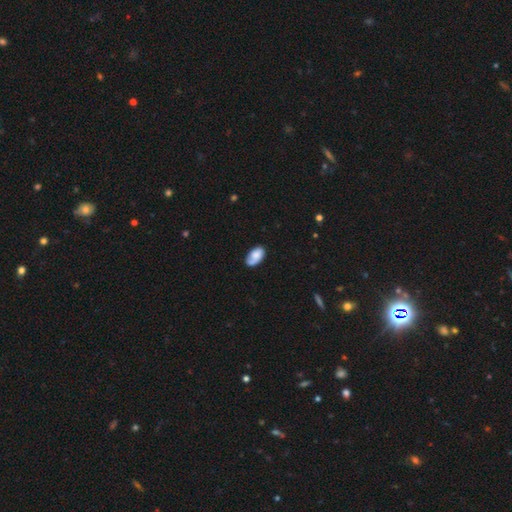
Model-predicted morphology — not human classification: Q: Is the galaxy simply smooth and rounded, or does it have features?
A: smooth — 70%.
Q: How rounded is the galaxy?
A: in between — 94%.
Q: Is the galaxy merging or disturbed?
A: none — 59%.